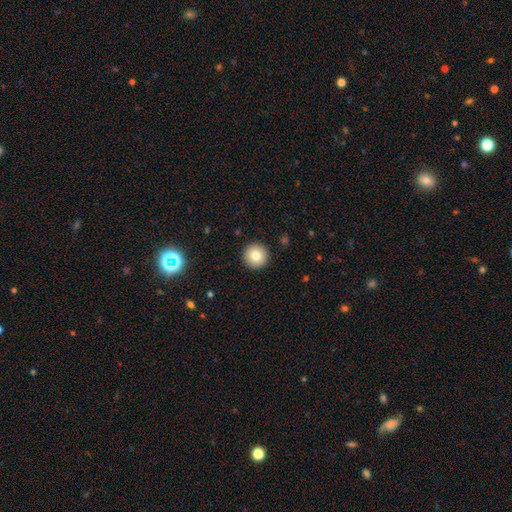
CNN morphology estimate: A smooth galaxy with no disk features (81%) that is round (96%). Merging: none (93%).